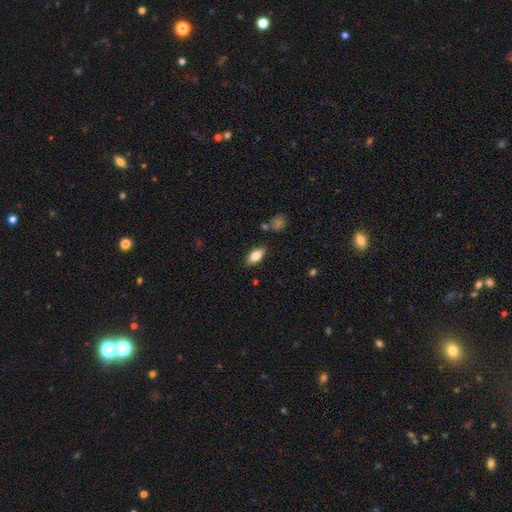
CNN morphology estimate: Smooth or featured: smooth — 78% (featured or disk — 14%)
How rounded: in between — 87% (cigar-shaped — 9%)
Merging: none — 85% (minor disturbance — 11%)